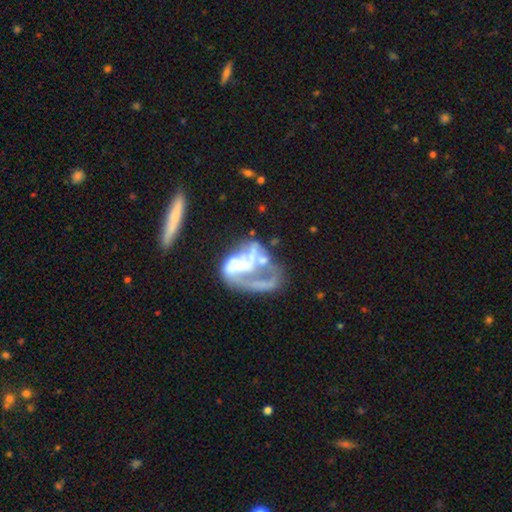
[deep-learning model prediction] featured or disk 73%, smooth 18%, star or artifact 9%. Down the decision tree: edge-on disk — no (98%); bar — no (73%); spiral arms — no (54%); bulge size — none (39%); merging — major disturbance (45%).